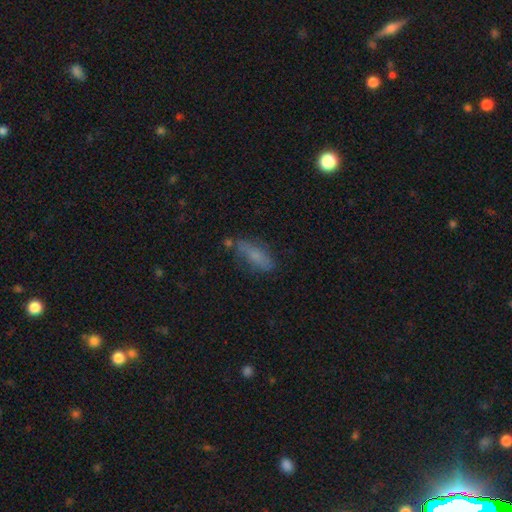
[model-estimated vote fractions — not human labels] The model was most divided on "how rounded": in between: 56%, cigar-shaped: 41%, round: 3%. More confident: smooth or featured — smooth (69%); merging — none (66%).